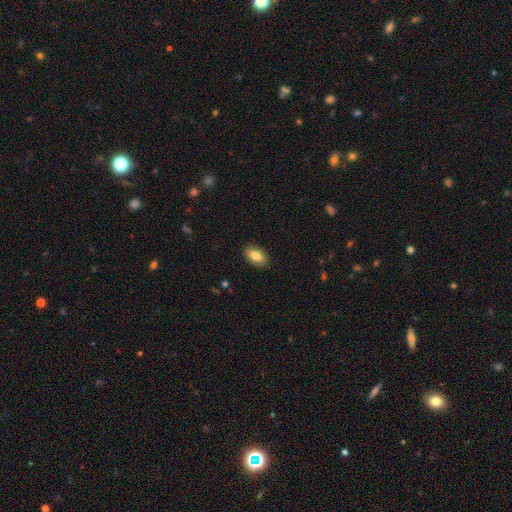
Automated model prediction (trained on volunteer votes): smooth_or_featured: smooth (p=0.84) [alt: featured or disk p=0.09]
how_rounded: in between (p=0.92) [alt: round p=0.06]
merging: none (p=0.88) [alt: minor disturbance p=0.09]